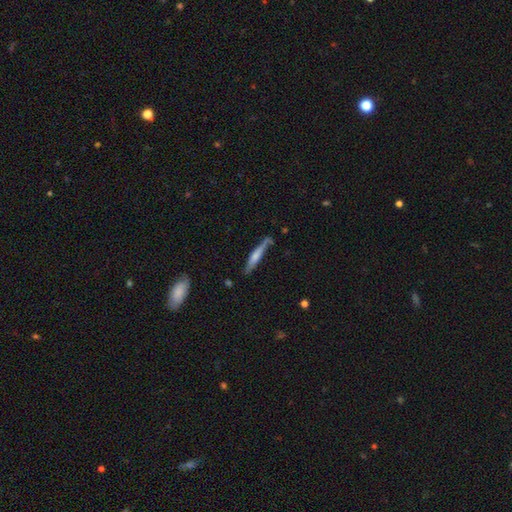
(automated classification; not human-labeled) Smooth or featured? Predicted: featured or disk (p=0.56). Edge-on disk? Predicted: yes (p=0.91). Edge-on bulge? Predicted: rounded (p=0.62). Merging? Predicted: none (p=0.71).